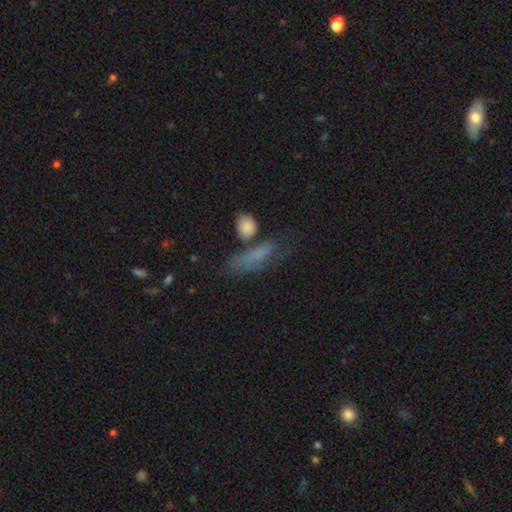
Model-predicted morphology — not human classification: Smooth or featured: smooth — 65% (featured or disk — 20%)
How rounded: cigar-shaped — 47% (in between — 43%)
Merging: none — 49% (minor disturbance — 20%)